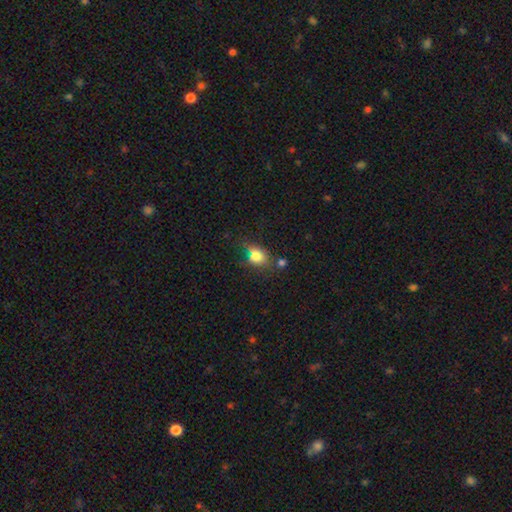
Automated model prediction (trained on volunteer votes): Smooth or featured?
  - smooth: 76% *
  - star or artifact: 13%
  - featured or disk: 11%
How rounded?
  - in between: 60% *
  - round: 37%
  - cigar-shaped: 3%
Merging?
  - none: 54% *
  - minor disturbance: 25%
  - merger: 11%
  - major disturbance: 10%